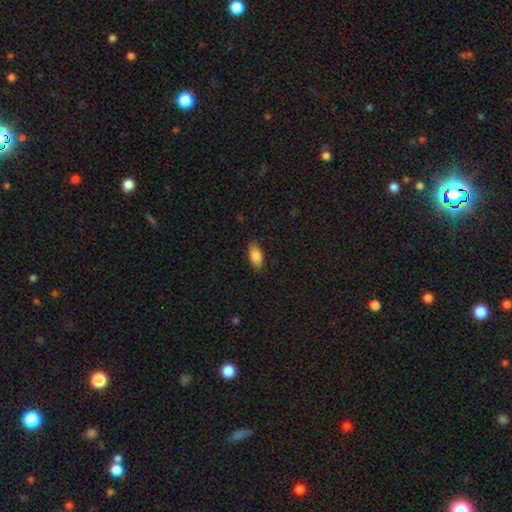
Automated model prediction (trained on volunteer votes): smooth 86%, star or artifact 7%, featured or disk 7%. Down the decision tree: how rounded — in between (91%); merging — none (83%).